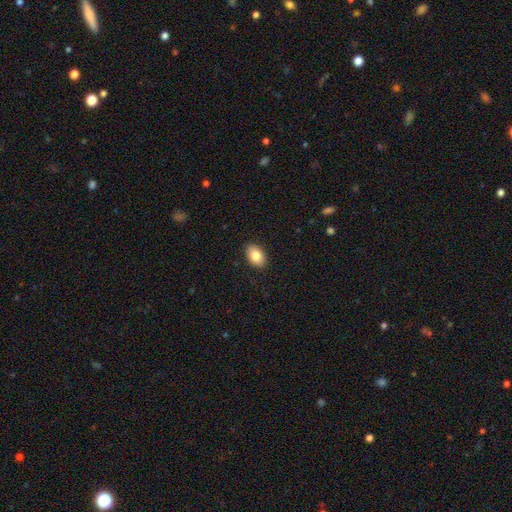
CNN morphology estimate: Smooth or featured?
  - smooth: 82% *
  - featured or disk: 10%
  - star or artifact: 8%
How rounded?
  - in between: 86% *
  - round: 13%
  - cigar-shaped: 1%
Merging?
  - none: 90% *
  - minor disturbance: 8%
  - major disturbance: 2%
  - merger: 1%